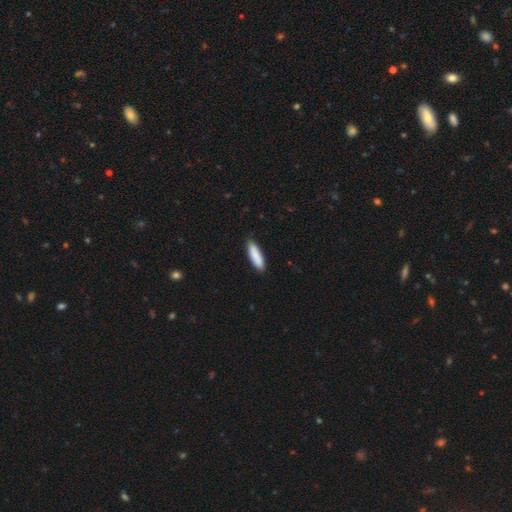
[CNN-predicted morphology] Q: Smooth or featured?
A: smooth (88%); runner-up: featured or disk (7%)
Q: How rounded?
A: cigar-shaped (63%); runner-up: in between (35%)
Q: Merging?
A: none (88%); runner-up: minor disturbance (10%)